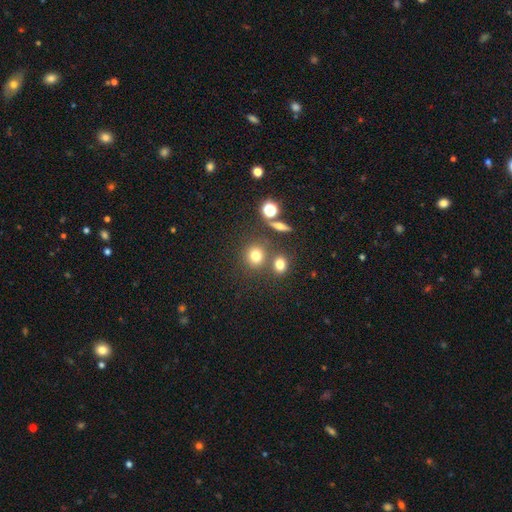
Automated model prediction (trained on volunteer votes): This is likely a smooth galaxy (73%). How rounded: clearly round (83%). Merging: likely none (70%).